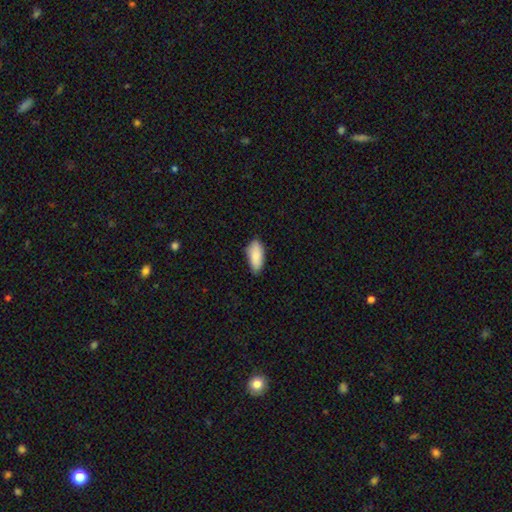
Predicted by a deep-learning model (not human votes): The model was most divided on "merging": none: 76%, minor disturbance: 20%, major disturbance: 3%, merger: 1%. More confident: how rounded — in between (87%); smooth or featured — smooth (87%).